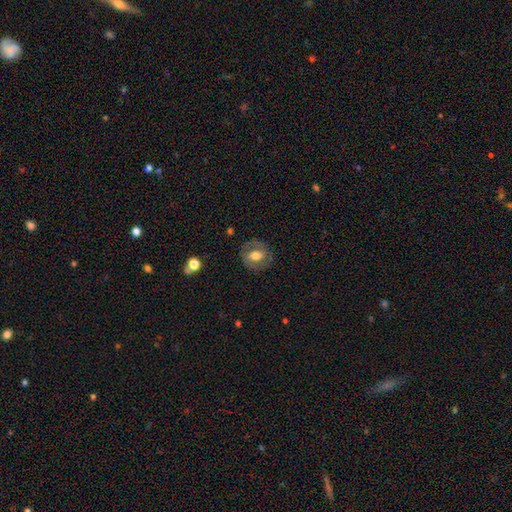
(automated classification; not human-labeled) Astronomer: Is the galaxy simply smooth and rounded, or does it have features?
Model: featured or disk — 49% (runner-up: smooth, 44%).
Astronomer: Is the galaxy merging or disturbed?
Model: none — 78%.